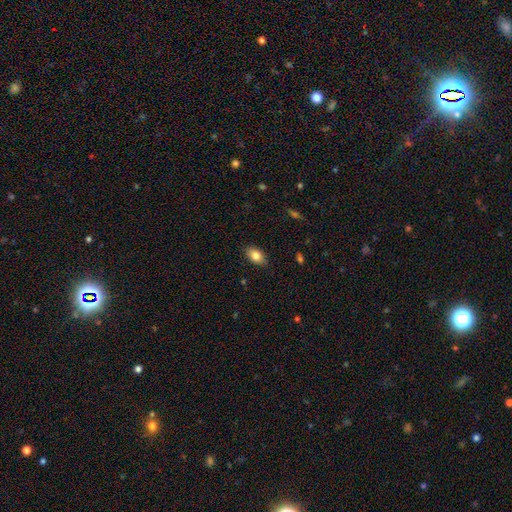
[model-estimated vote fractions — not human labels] smooth 83%, featured or disk 10%, star or artifact 8%. Down the decision tree: how rounded — in between (90%); merging — none (86%).